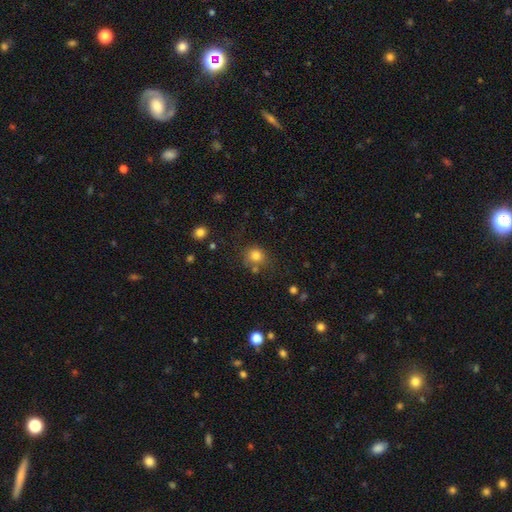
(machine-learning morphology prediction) smooth_or_featured: smooth (p=0.79) [alt: star or artifact p=0.13]
how_rounded: round (p=0.83) [alt: in between p=0.16]
merging: none (p=0.68) [alt: minor disturbance p=0.16]